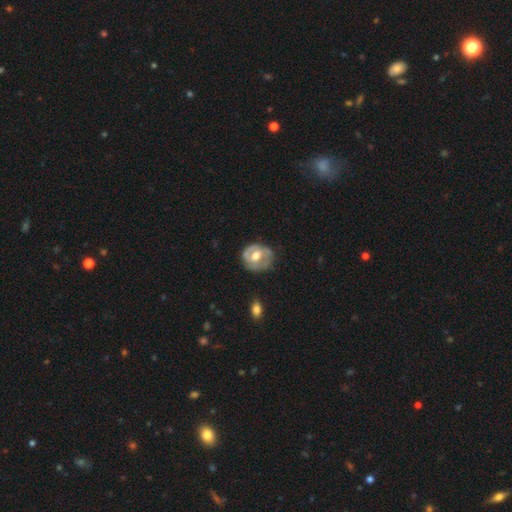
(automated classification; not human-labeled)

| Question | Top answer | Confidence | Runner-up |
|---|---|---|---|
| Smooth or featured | featured or disk | 63% | smooth (32%) |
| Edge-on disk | no | 96% | yes (4%) |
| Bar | no | 54% | weak (35%) |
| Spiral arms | yes | 59% | no (41%) |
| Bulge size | moderate | 65% | large (26%) |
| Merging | none | 69% | minor disturbance (22%) |